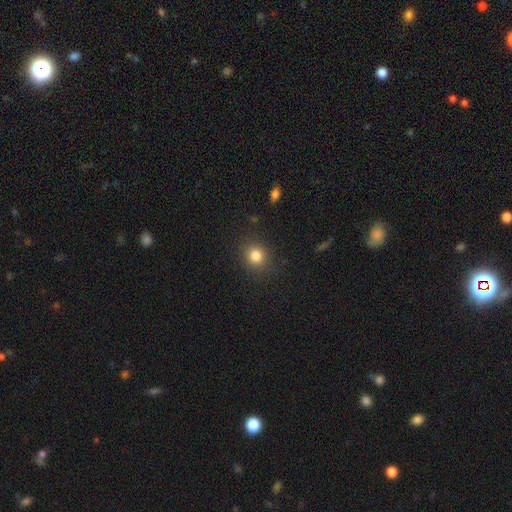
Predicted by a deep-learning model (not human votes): Morphology: type=smooth (83%); roundness=round (84%); merging=none (88%).